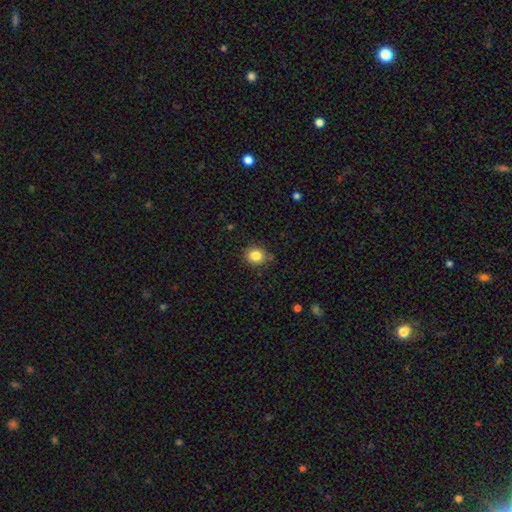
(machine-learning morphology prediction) Q: Smooth or featured?
A: smooth (84%); runner-up: star or artifact (10%)
Q: How rounded?
A: round (77%); runner-up: in between (22%)
Q: Merging?
A: none (82%); runner-up: minor disturbance (13%)